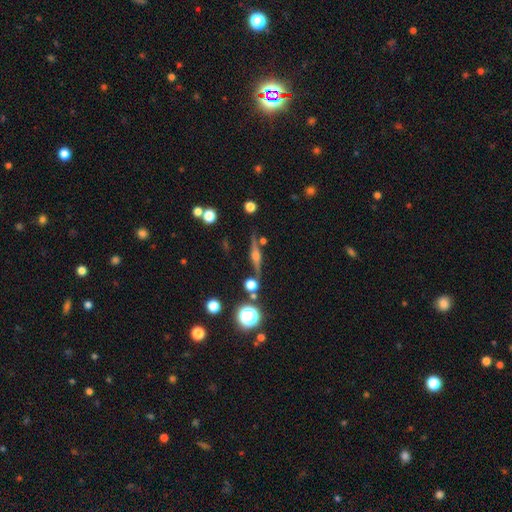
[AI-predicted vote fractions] Smooth or featured: featured or disk — 76% (smooth — 14%)
Edge-on disk: yes — 94% (no — 6%)
Edge-on bulge: rounded — 91% (boxy — 6%)
Merging: none — 81% (minor disturbance — 11%)